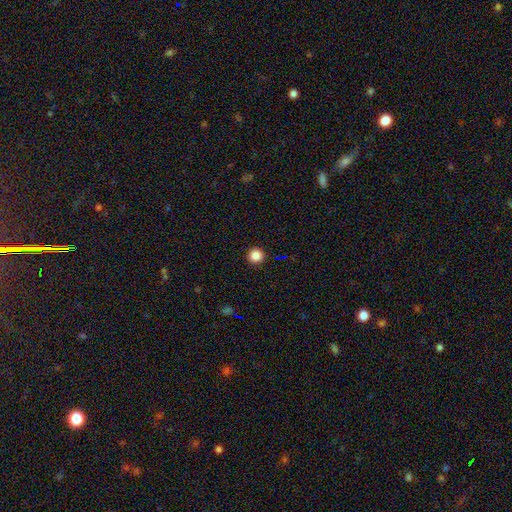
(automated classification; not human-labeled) smooth_or_featured: smooth (p=0.86) [alt: star or artifact p=0.11]
how_rounded: round (p=0.96) [alt: in between p=0.03]
merging: none (p=0.93) [alt: minor disturbance p=0.04]